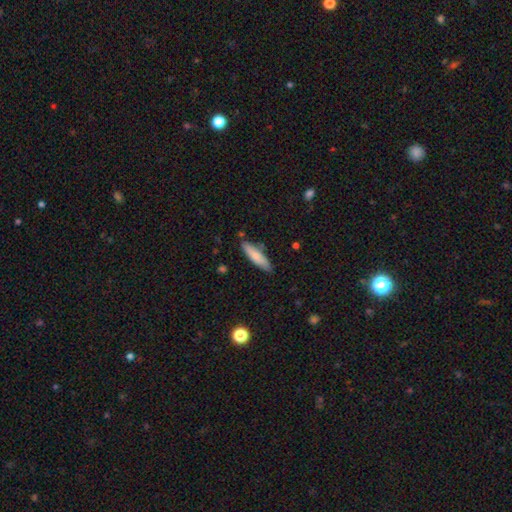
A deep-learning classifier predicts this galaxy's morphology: Smooth or featured? smooth (78%)
How rounded? cigar-shaped (70%)
Merging? none (81%)